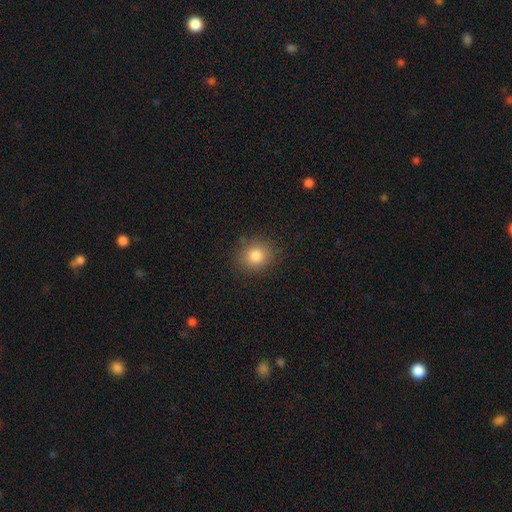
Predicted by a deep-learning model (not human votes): Smooth or featured: smooth — 83% (star or artifact — 11%)
How rounded: round — 81% (in between — 18%)
Merging: none — 88% (minor disturbance — 8%)